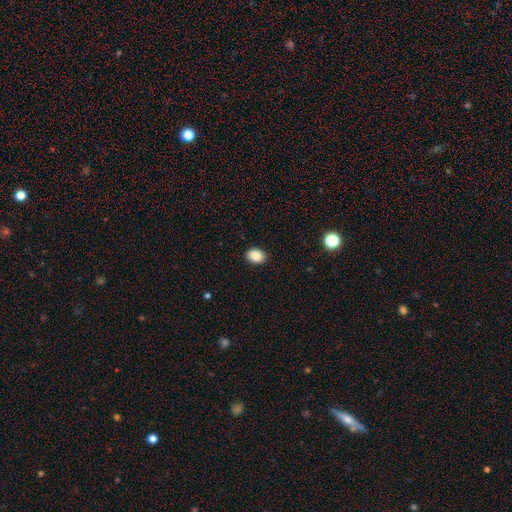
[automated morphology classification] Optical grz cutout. It shows a smooth galaxy with no disk features (89%) that is in between round and cigar-shaped (68%). Merging: none (89%).